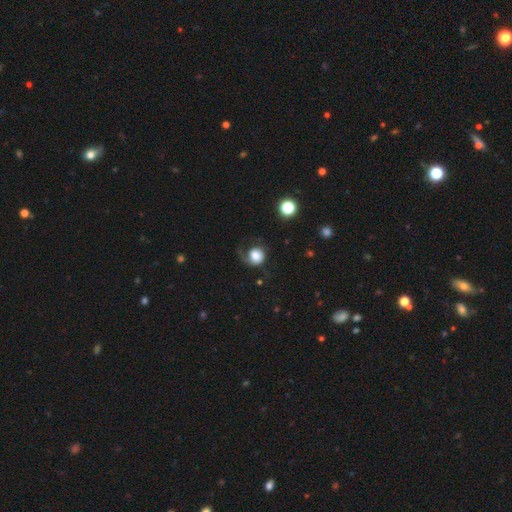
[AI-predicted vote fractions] smooth_or_featured: smooth (p=0.58) [alt: featured or disk p=0.33]
how_rounded: round (p=0.80) [alt: in between p=0.19]
merging: none (p=0.41) [alt: major disturbance p=0.35]